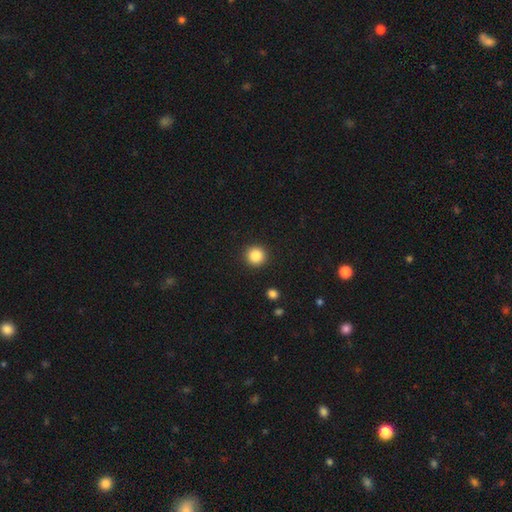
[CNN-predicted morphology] Smooth or featured? Predicted: smooth (p=0.86). How rounded? Predicted: round (p=0.95). Merging? Predicted: none (p=0.92).